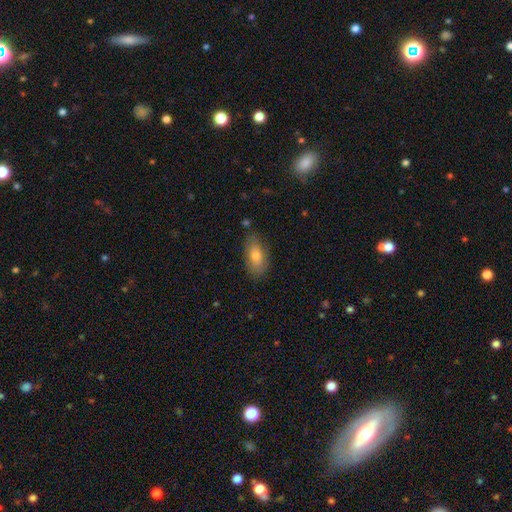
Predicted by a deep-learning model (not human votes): The model was most divided on "smooth or featured": smooth: 73%, featured or disk: 19%, star or artifact: 8%. More confident: how rounded — in between (89%); merging — none (79%).